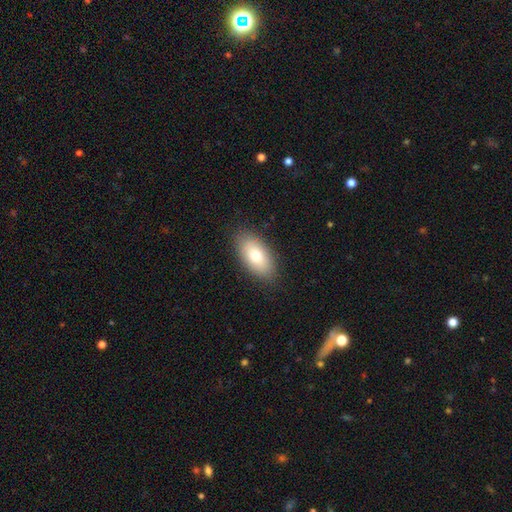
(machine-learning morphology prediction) Q: Smooth or featured?
A: smooth (75%); runner-up: featured or disk (17%)
Q: How rounded?
A: in between (92%); runner-up: round (5%)
Q: Merging?
A: none (87%); runner-up: minor disturbance (9%)